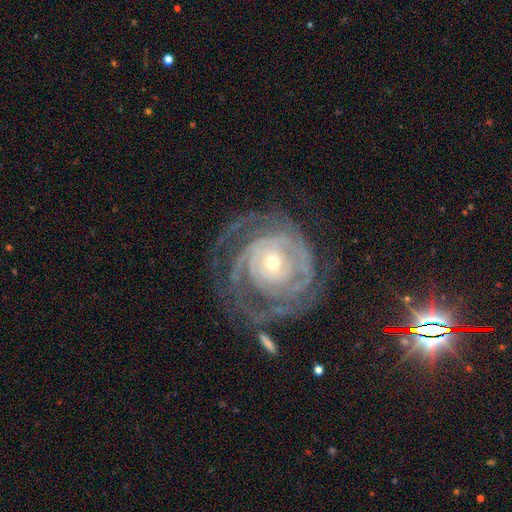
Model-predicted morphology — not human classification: Smooth or featured? featured or disk (86%)
Edge-on disk? no (97%)
Bar? no (74%)
Spiral arms? yes (93%)
Spiral winding? tight (79%)
Spiral arm count? can't tell (32%)
Bulge size? small (61%)
Merging? none (64%)